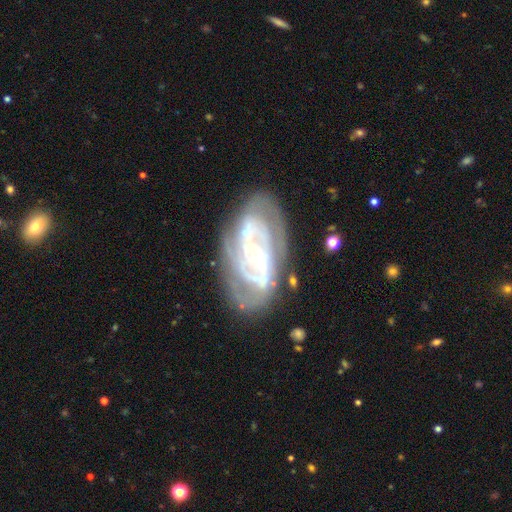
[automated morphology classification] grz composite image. It shows a featured or disk galaxy (86%) with no bar (40%), 2 (42%) tight (57%) spiral arms (87%) and a small central bulge (74%). Merging: none (68%).